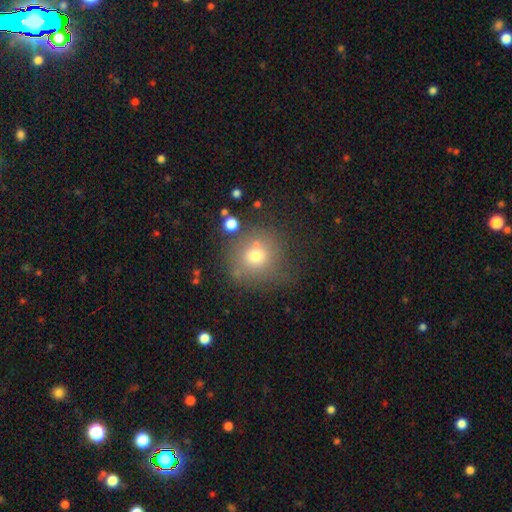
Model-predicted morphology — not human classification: smooth_or_featured: smooth (p=0.69) [alt: star or artifact p=0.16]
how_rounded: round (p=0.92) [alt: in between p=0.07]
merging: none (p=0.69) [alt: minor disturbance p=0.15]